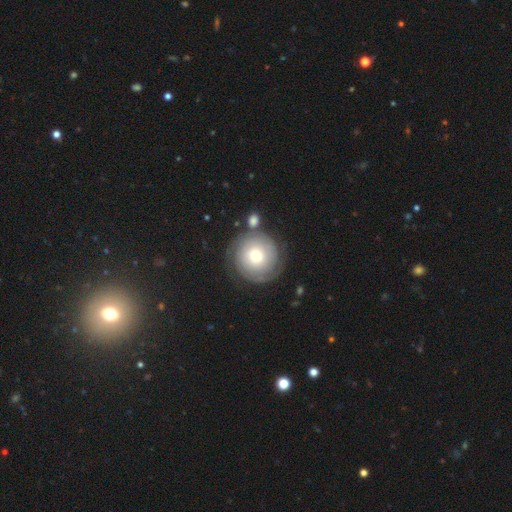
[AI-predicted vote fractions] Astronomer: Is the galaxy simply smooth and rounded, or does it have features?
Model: featured or disk — 52% (runner-up: smooth, 41%).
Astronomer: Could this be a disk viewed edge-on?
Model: no — 97%.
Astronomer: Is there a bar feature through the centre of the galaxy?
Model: no — 79%.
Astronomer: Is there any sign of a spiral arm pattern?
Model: yes — 81%.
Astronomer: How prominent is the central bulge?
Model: moderate — 49% (runner-up: small, 32%).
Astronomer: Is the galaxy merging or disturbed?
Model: none — 73%.